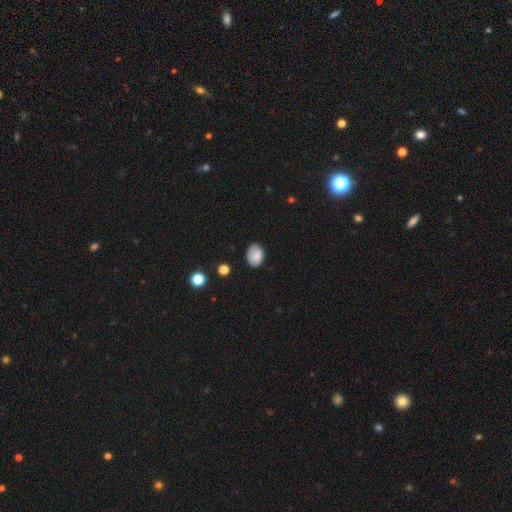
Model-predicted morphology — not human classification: Smooth or featured? Predicted: smooth (p=0.84). How rounded? Predicted: in between (p=0.75). Merging? Predicted: none (p=0.75).